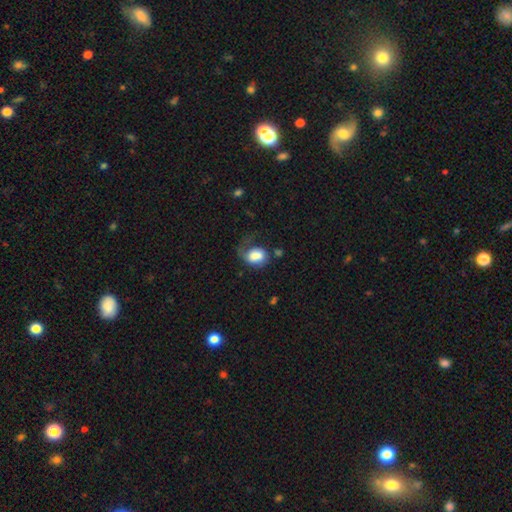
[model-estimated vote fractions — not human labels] Smooth or featured? Predicted: smooth (p=0.71). How rounded? Predicted: in between (p=0.60). Merging? Predicted: major disturbance (p=0.41).